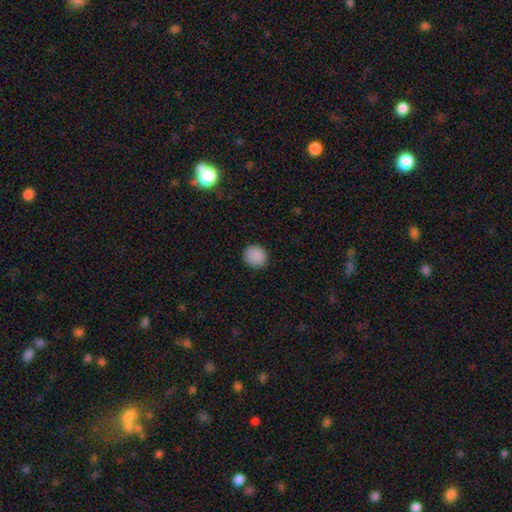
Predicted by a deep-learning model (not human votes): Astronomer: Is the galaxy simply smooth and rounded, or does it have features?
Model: smooth — 88%.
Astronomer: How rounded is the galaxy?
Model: round — 84%.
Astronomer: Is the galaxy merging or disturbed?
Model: none — 88%.